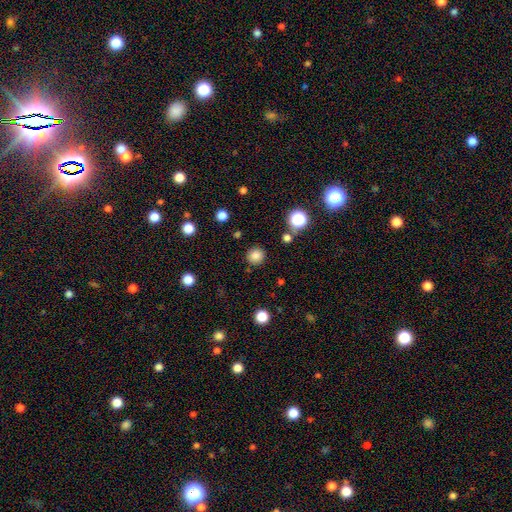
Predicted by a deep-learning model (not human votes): The model was most divided on "smooth or featured": smooth: 83%, star or artifact: 13%, featured or disk: 4%. More confident: how rounded — round (93%); merging — none (88%).